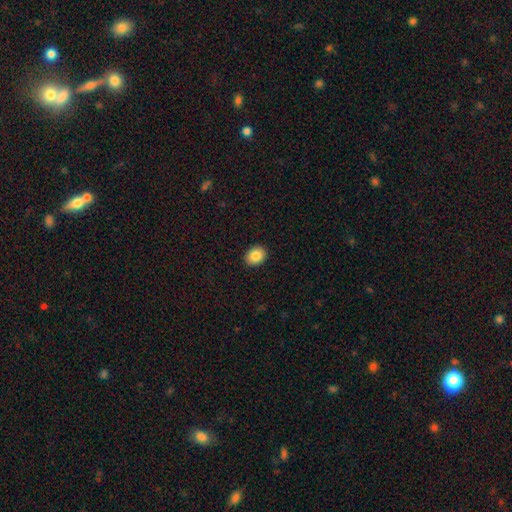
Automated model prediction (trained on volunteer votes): smooth 86%, star or artifact 8%, featured or disk 6%. Down the decision tree: how rounded — in between (54%); merging — none (91%).